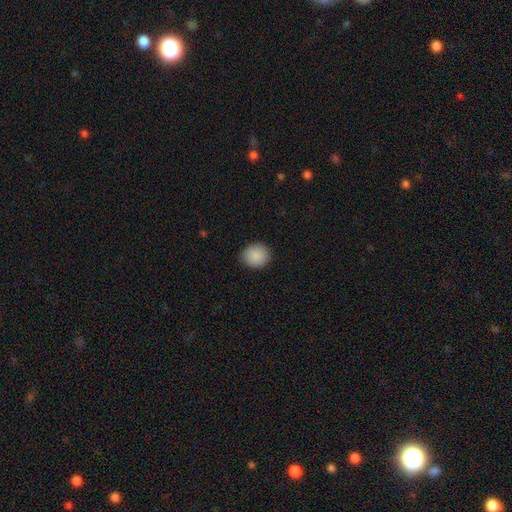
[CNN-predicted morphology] Smooth or featured?
  - smooth: 89% *
  - star or artifact: 8%
  - featured or disk: 3%
How rounded?
  - round: 72% *
  - in between: 27%
  - cigar-shaped: 1%
Merging?
  - none: 87% *
  - minor disturbance: 9%
  - major disturbance: 2%
  - merger: 1%